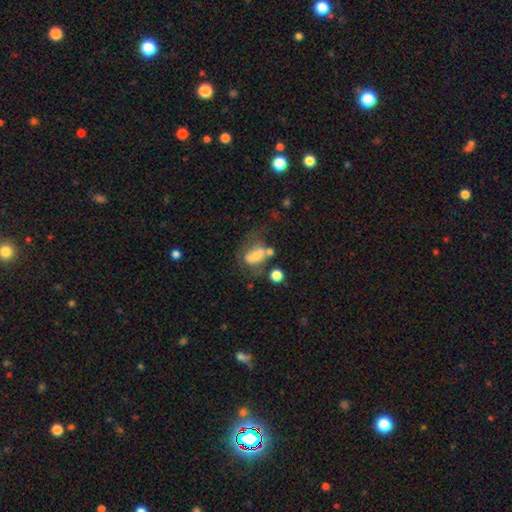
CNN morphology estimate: type=smooth (59%); roundness=in between (77%); merging=none (33%).